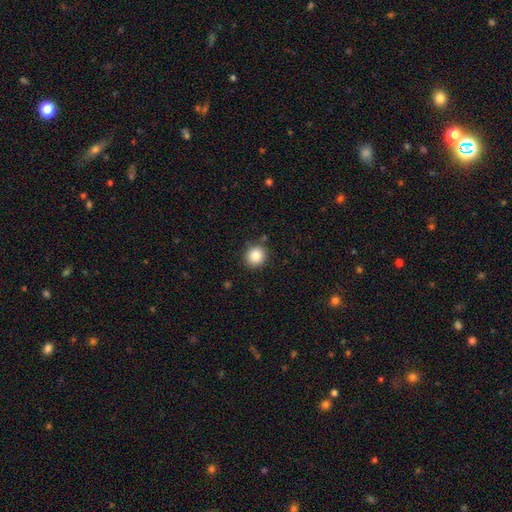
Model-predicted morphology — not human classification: smooth 84%, star or artifact 10%, featured or disk 6%. Down the decision tree: how rounded — round (90%); merging — none (87%).